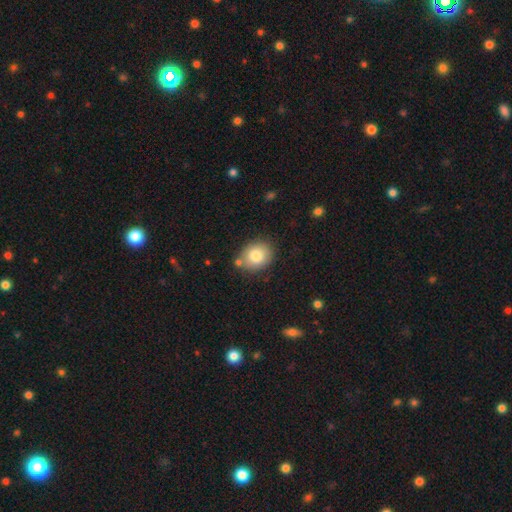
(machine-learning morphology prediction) Smooth or featured? smooth (81%)
How rounded? round (60%)
Merging? none (78%)